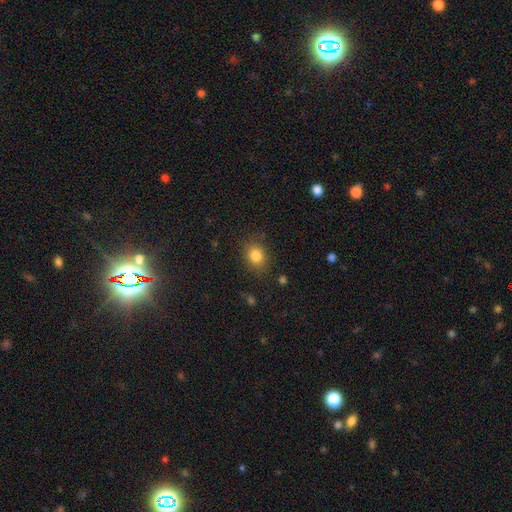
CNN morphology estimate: Smooth or featured? smooth (83%)
How rounded? round (53%)
Merging? none (81%)